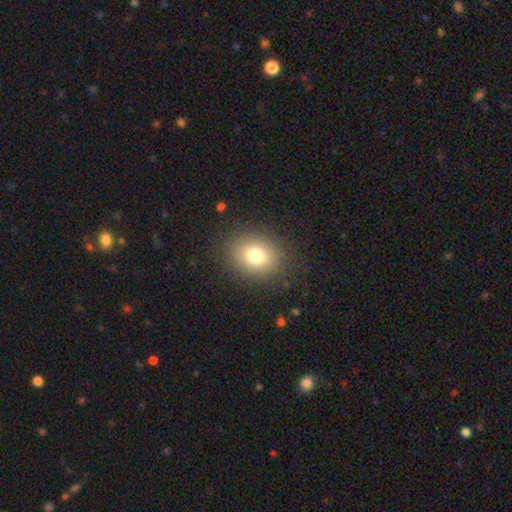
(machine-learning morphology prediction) Smooth or featured? Predicted: smooth (p=0.78). How rounded? Predicted: round (p=0.62). Merging? Predicted: none (p=0.86).